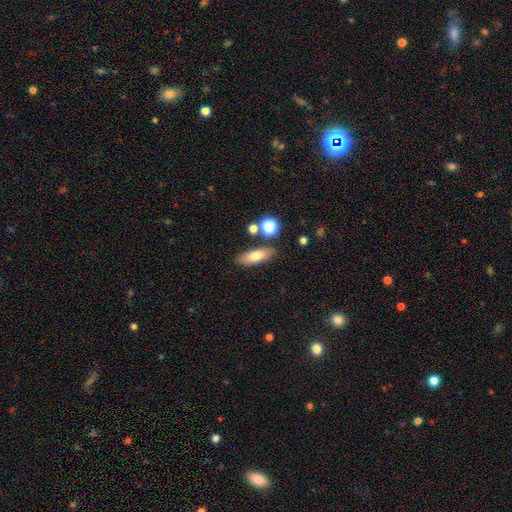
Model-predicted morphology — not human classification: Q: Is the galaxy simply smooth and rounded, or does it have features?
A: smooth — 75%.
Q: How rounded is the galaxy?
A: in between — 63%.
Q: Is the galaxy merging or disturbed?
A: none — 78%.